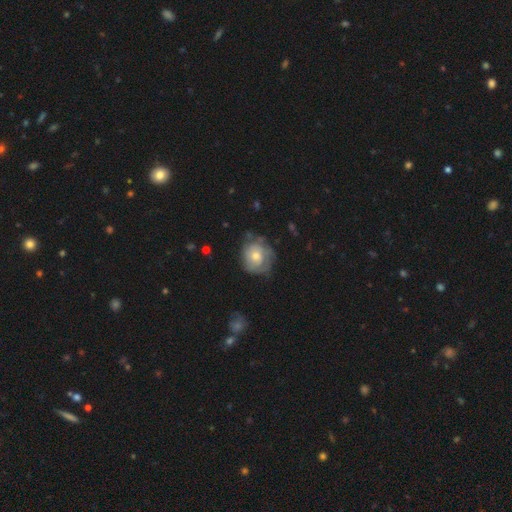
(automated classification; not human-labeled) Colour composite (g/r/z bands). It shows a featured or disk galaxy (51%). Merging: none (61%).